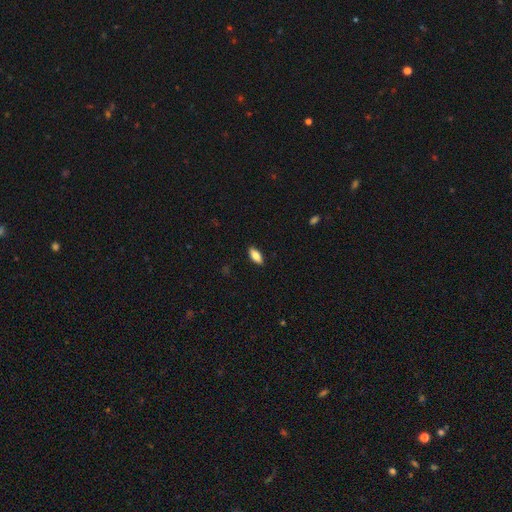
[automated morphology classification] type=smooth (81%); roundness=in between (84%); merging=none (89%).